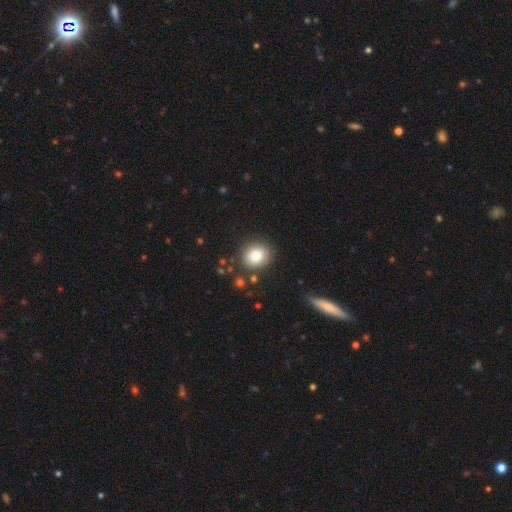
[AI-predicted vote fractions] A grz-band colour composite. It shows a smooth galaxy with no disk features (82%) that is round (73%). Merging: none (85%).